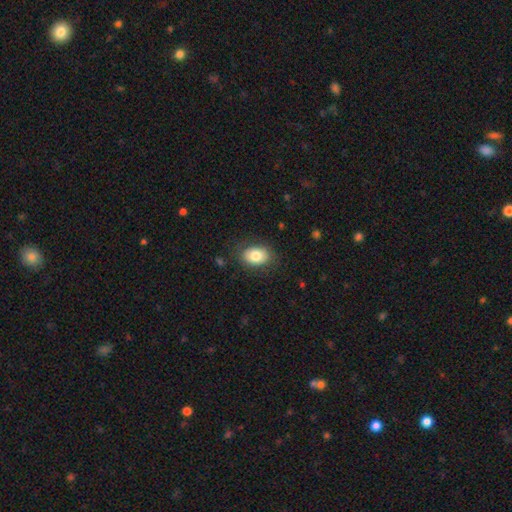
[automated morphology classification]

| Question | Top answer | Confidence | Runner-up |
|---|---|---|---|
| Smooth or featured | smooth | 81% | featured or disk (12%) |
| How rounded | in between | 78% | round (21%) |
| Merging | none | 82% | minor disturbance (13%) |